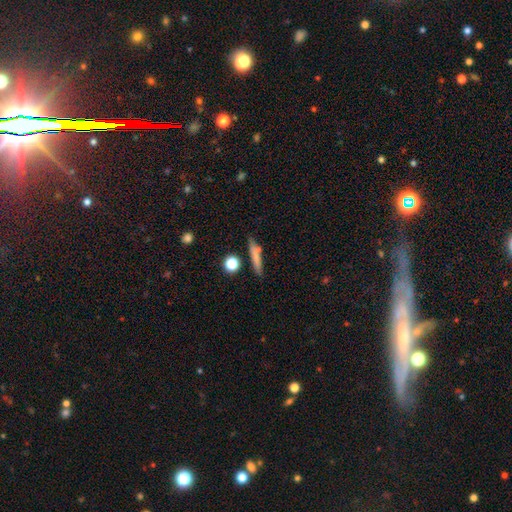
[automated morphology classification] Q: Smooth or featured?
A: smooth (71%); runner-up: featured or disk (20%)
Q: How rounded?
A: cigar-shaped (85%); runner-up: in between (10%)
Q: Merging?
A: none (77%); runner-up: minor disturbance (12%)